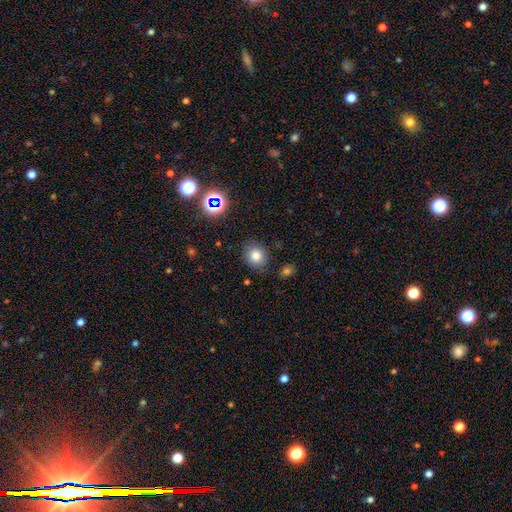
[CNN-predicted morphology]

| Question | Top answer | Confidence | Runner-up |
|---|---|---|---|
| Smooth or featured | smooth | 80% | star or artifact (13%) |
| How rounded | round | 70% | in between (29%) |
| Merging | none | 84% | minor disturbance (11%) |